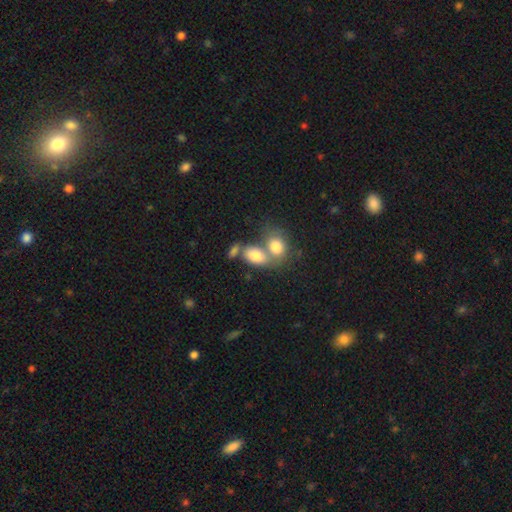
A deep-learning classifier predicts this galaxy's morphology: smooth_or_featured: smooth (p=0.80) [alt: featured or disk p=0.12]
how_rounded: in between (p=0.83) [alt: round p=0.15]
merging: merger (p=0.56) [alt: none p=0.29]